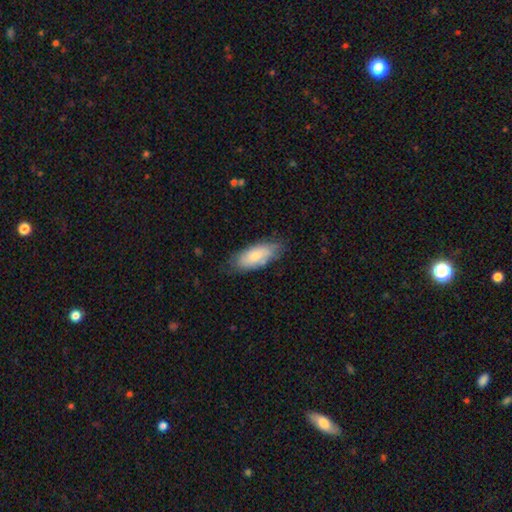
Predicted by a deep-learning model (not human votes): This is likely a smooth galaxy (73%). How rounded: clearly in between (83%). Merging: likely none (70%).